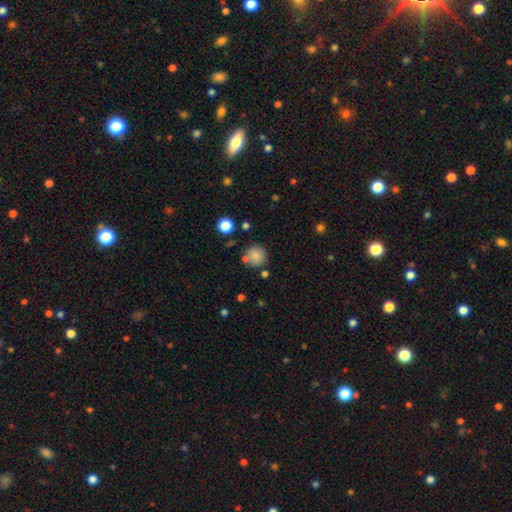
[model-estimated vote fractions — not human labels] Smooth or featured?
  - smooth: 83% *
  - star or artifact: 11%
  - featured or disk: 7%
How rounded?
  - round: 92% *
  - in between: 7%
  - cigar-shaped: 1%
Merging?
  - none: 74% *
  - minor disturbance: 11%
  - merger: 11%
  - major disturbance: 4%